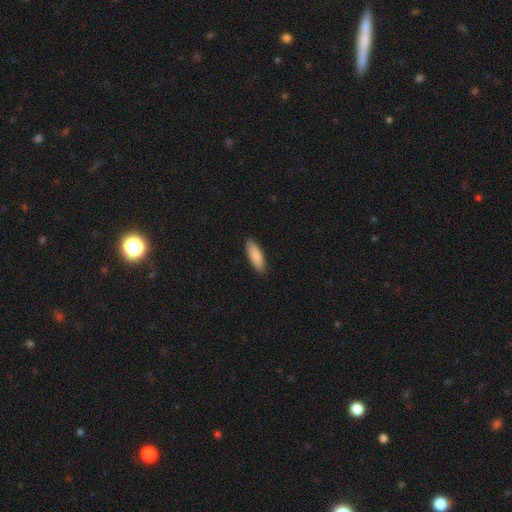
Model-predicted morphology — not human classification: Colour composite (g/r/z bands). It shows a smooth galaxy with no disk features (89%) that is in between round and cigar-shaped (54%). Merging: none (89%).